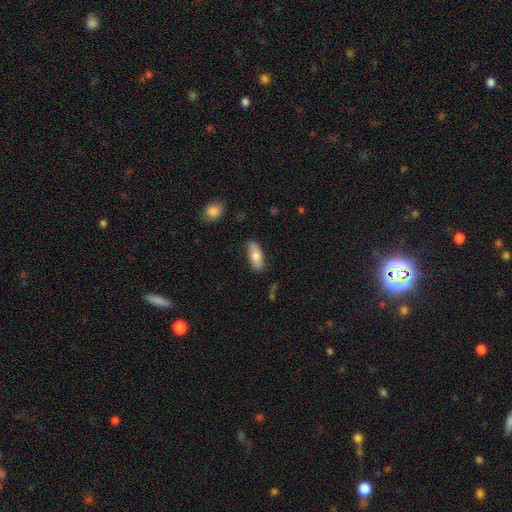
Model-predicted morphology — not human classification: Smooth or featured?
  - smooth: 77% *
  - featured or disk: 17%
  - star or artifact: 6%
How rounded?
  - in between: 81% *
  - cigar-shaped: 17%
  - round: 2%
Merging?
  - none: 83% *
  - minor disturbance: 12%
  - major disturbance: 2%
  - merger: 2%